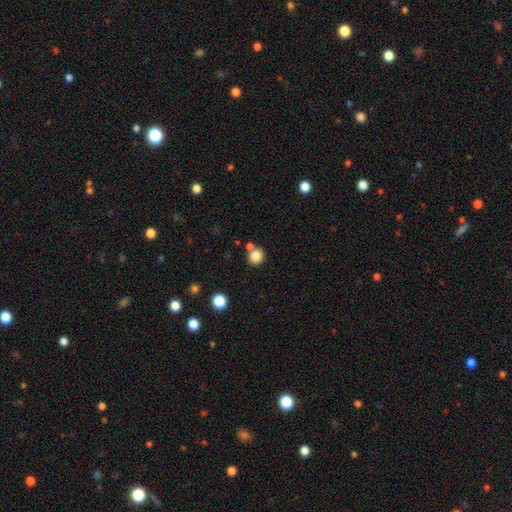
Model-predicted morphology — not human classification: Smooth or featured?
  - smooth: 84% *
  - star or artifact: 11%
  - featured or disk: 6%
How rounded?
  - round: 89% *
  - in between: 10%
  - cigar-shaped: 1%
Merging?
  - none: 71% *
  - merger: 17%
  - minor disturbance: 9%
  - major disturbance: 3%